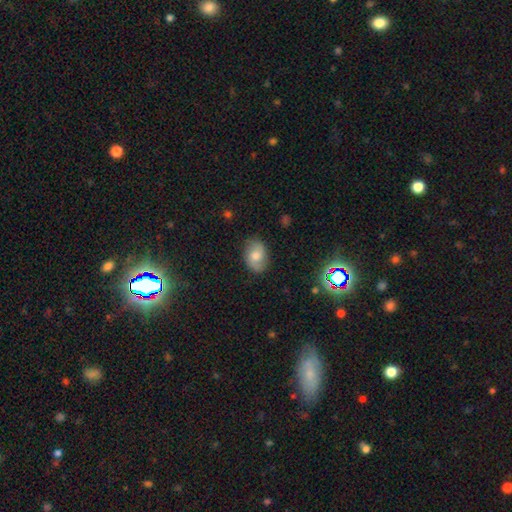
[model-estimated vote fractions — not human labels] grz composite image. It shows a smooth galaxy with no disk features (57%) that is in between round and cigar-shaped (74%). Merging: none (81%).